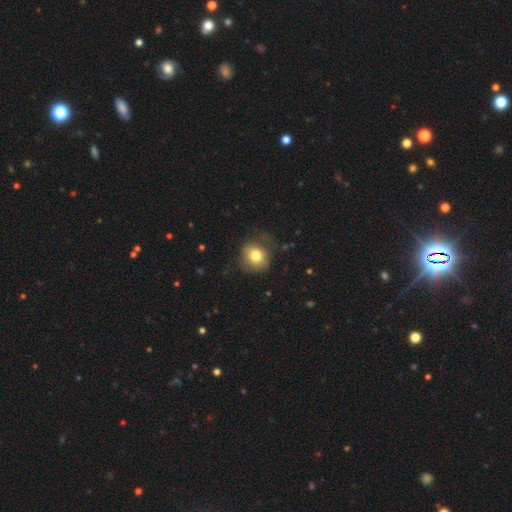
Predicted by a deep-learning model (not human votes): A smooth galaxy with no disk features (78%) that is round (78%). Merging: none (67%).